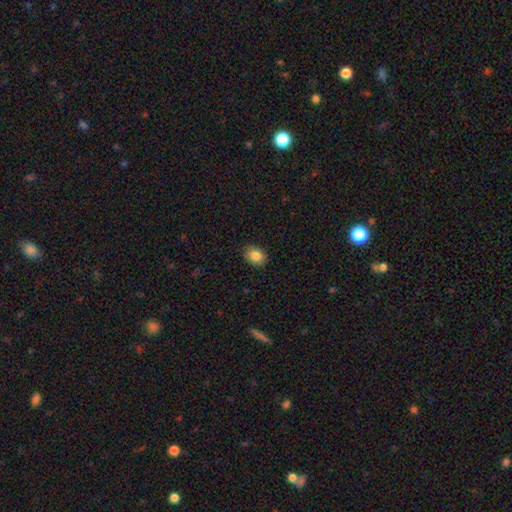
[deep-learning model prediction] smooth 85%, star or artifact 8%, featured or disk 7%. Down the decision tree: how rounded — in between (63%); merging — none (88%).